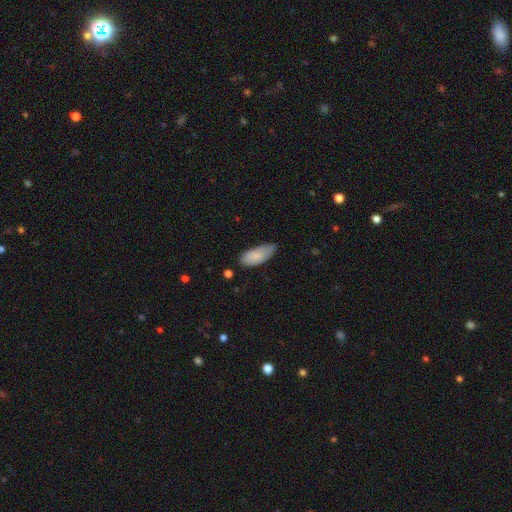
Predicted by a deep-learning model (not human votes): Smooth or featured?
  - smooth: 85% *
  - featured or disk: 9%
  - star or artifact: 6%
How rounded?
  - in between: 87% *
  - cigar-shaped: 12%
  - round: 2%
Merging?
  - none: 59% *
  - minor disturbance: 34%
  - major disturbance: 5%
  - merger: 2%